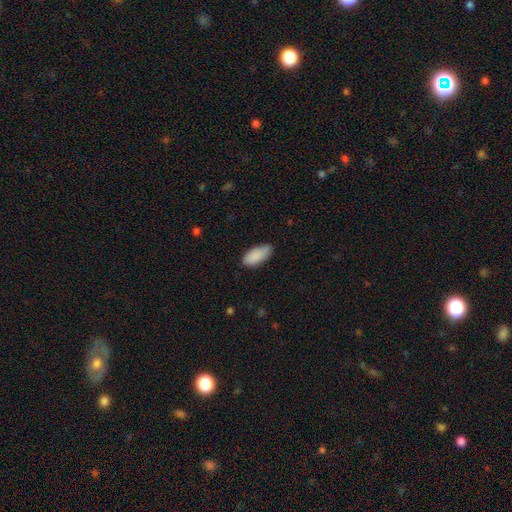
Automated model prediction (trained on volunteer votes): Overall: smooth (89%). How rounded: in between (89%). Merging: none (72%).